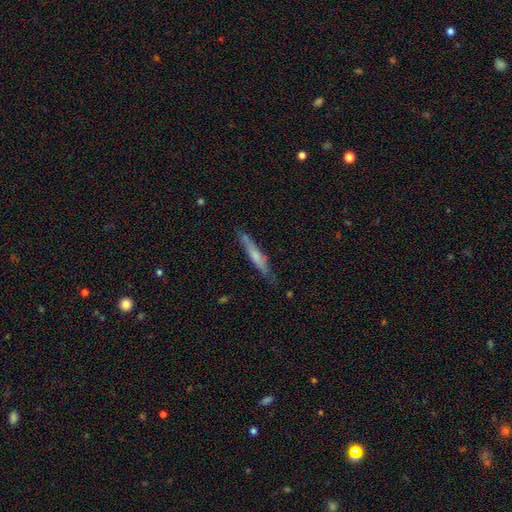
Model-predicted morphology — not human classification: A smooth galaxy with no disk features (54%) that is cigar-shaped (92%). Merging: none (78%).